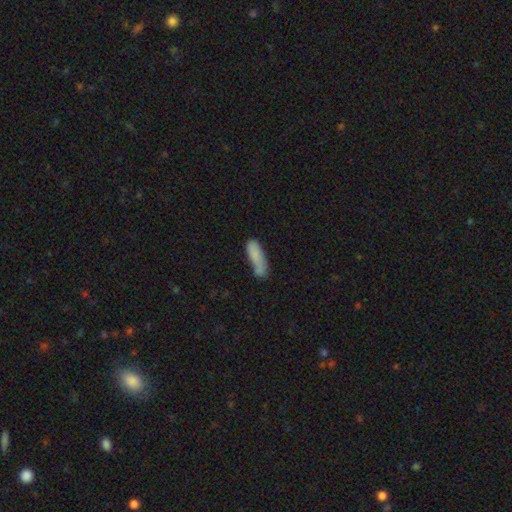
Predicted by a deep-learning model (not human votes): smooth 79%, featured or disk 13%, star or artifact 7%. Down the decision tree: how rounded — cigar-shaped (53%); merging — none (51%).